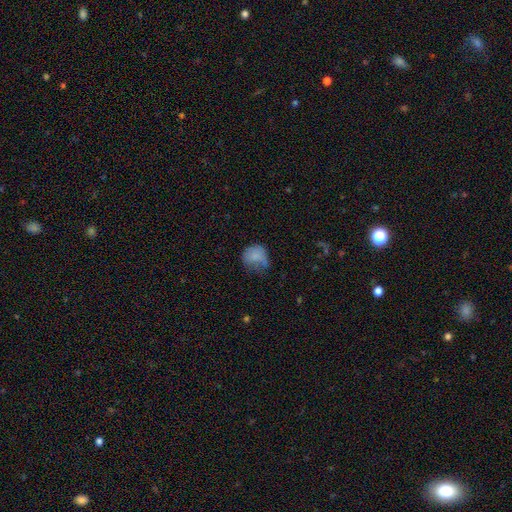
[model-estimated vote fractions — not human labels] Morphology: type=smooth (77%); roundness=round (69%); merging=minor disturbance (37%, tied with none).